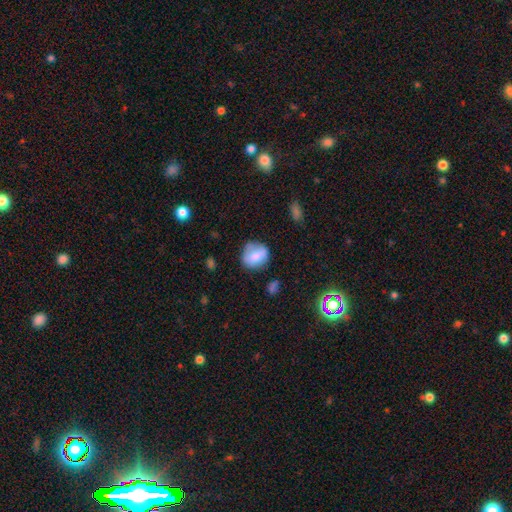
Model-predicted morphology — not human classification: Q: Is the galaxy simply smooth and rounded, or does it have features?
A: smooth — 73%.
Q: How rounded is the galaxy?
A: round — 72%.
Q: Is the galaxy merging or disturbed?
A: none — 68%.